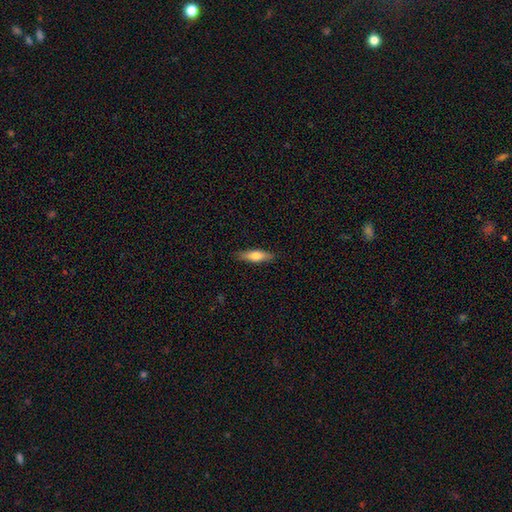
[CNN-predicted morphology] type=smooth (66%); roundness=cigar-shaped (56%); merging=none (87%).